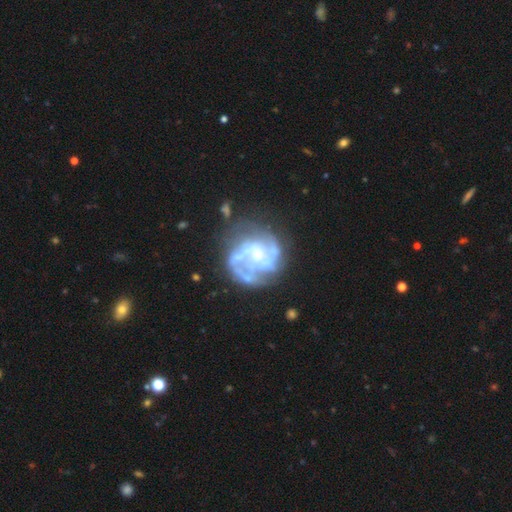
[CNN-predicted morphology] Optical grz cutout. It shows a featured or disk galaxy (84%) with no bar (61%), 2 (37%) medium (42%) spiral arms (85%) and a moderate central bulge (47%). Merging: none (56%).